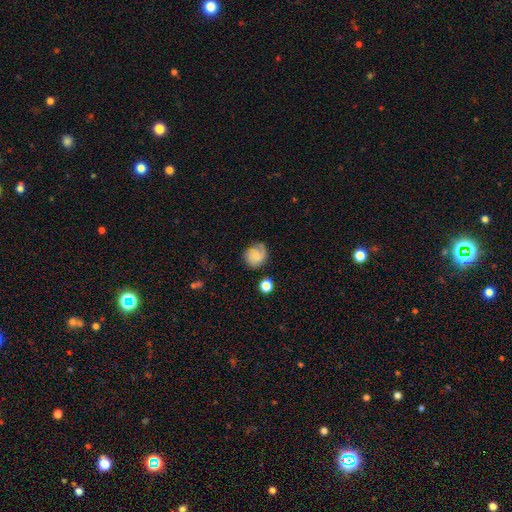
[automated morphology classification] smooth_or_featured: smooth (p=0.61) [alt: featured or disk p=0.28]
how_rounded: round (p=0.74) [alt: in between p=0.25]
merging: none (p=0.66) [alt: minor disturbance p=0.22]